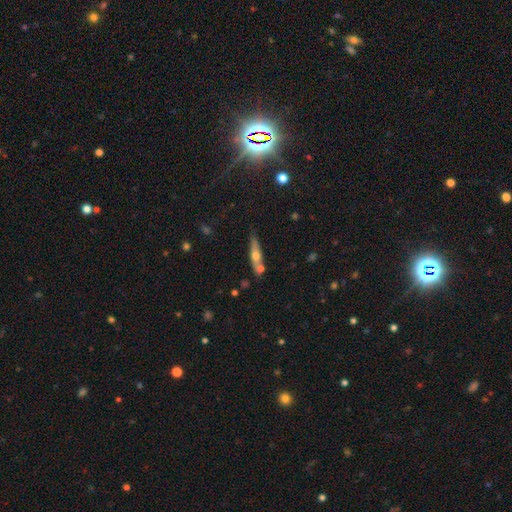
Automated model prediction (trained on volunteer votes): Smooth or featured: featured or disk — 47% (smooth — 46%)
Merging: none — 62% (merger — 18%)